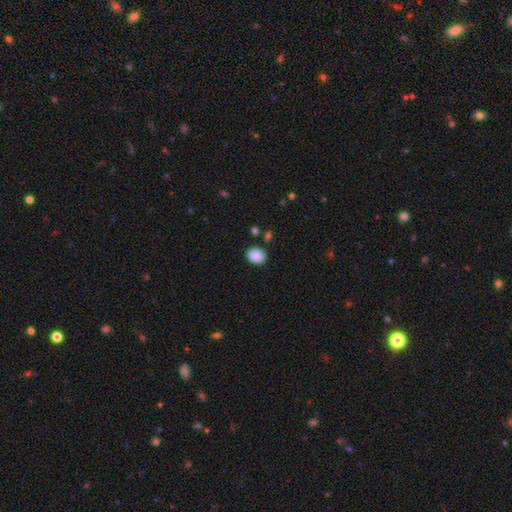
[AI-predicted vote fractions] Smooth or featured?
  - smooth: 89% *
  - star or artifact: 8%
  - featured or disk: 3%
How rounded?
  - in between: 59% *
  - round: 40%
  - cigar-shaped: 1%
Merging?
  - none: 82% *
  - minor disturbance: 12%
  - merger: 3%
  - major disturbance: 3%